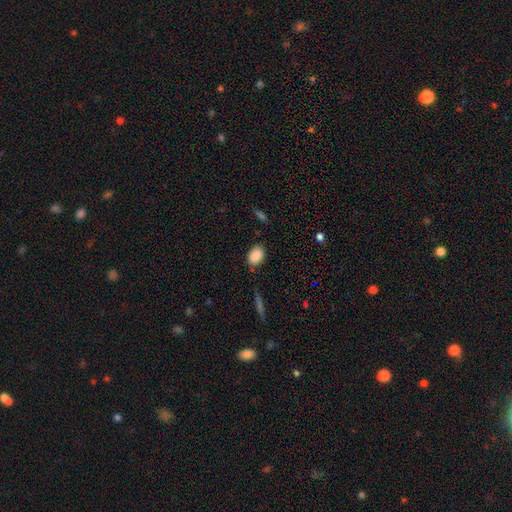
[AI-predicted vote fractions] smooth-or-featured: smooth: 88% | star or artifact: 7% | featured or disk: 4%
  how-rounded: in between: 83% | round: 16% | cigar-shaped: 1%
  merging: none: 81% | minor disturbance: 14% | major disturbance: 3% | merger: 2%